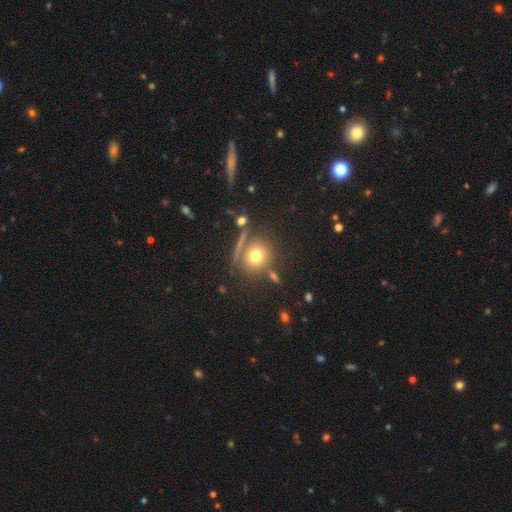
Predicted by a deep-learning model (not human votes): This appears to be a smooth galaxy with no disk features (72%) that is round (86%). Merging: none (69%).